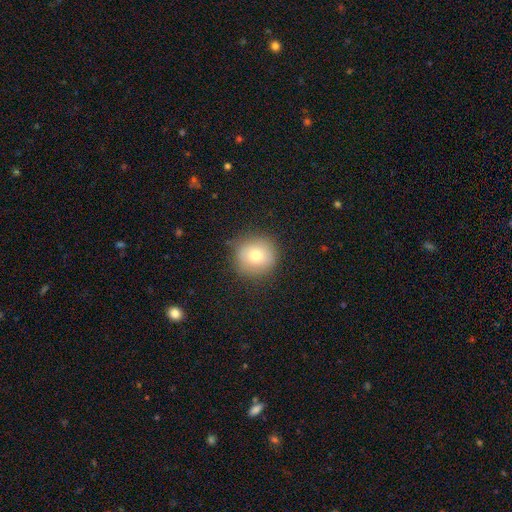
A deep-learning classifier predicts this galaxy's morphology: This is likely a smooth galaxy (73%). How rounded: clearly round (93%). Merging: clearly none (83%).